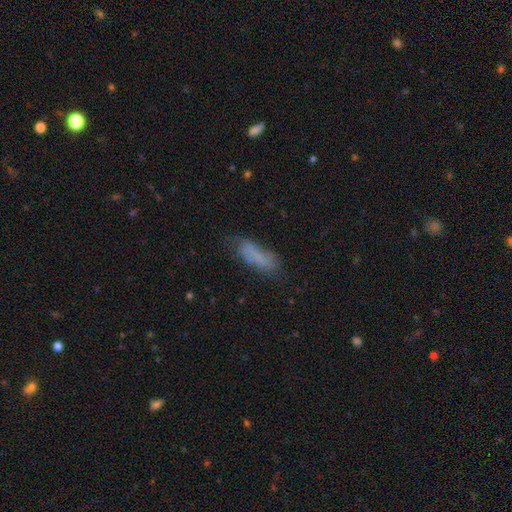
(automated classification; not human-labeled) A smooth galaxy with no disk features (68%) that is in between round and cigar-shaped (54%).

Vote fractions:
- Smooth or featured? smooth: 68% / featured or disk: 21% / star or artifact: 11%
- How rounded? in between: 54% / cigar-shaped: 44% / round: 2%
- Merging? none: 56% / minor disturbance: 26% / major disturbance: 13% / merger: 4%